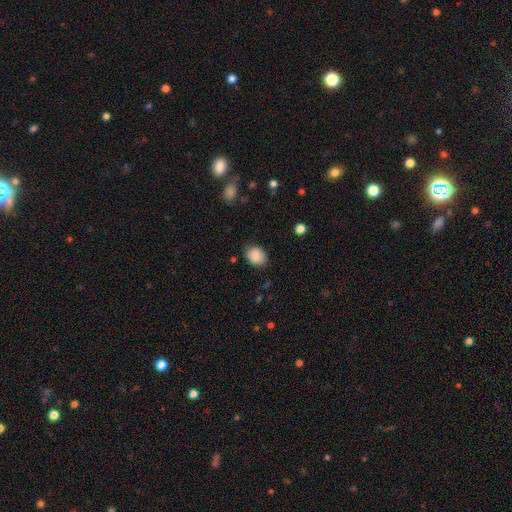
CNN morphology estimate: The model was most divided on "how rounded": in between: 52%, round: 47%, cigar-shaped: 1%. More confident: smooth or featured — smooth (86%); merging — none (81%).